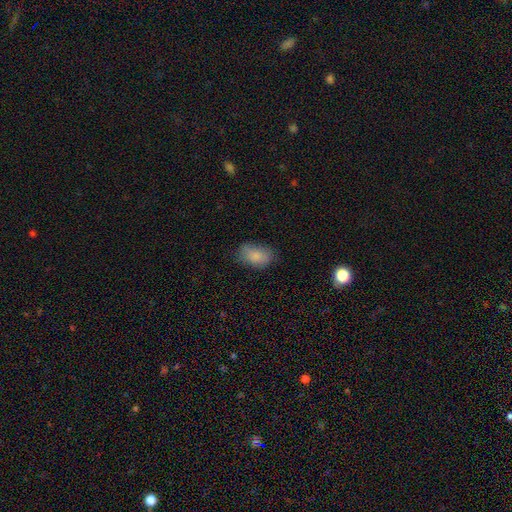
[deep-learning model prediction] A smooth galaxy with no disk features (84%) that is in between round and cigar-shaped (90%).

Vote fractions:
- Smooth or featured? smooth: 84% / featured or disk: 8% / star or artifact: 8%
- How rounded? in between: 90% / round: 8% / cigar-shaped: 2%
- Merging? none: 70% / minor disturbance: 22% / major disturbance: 6% / merger: 2%